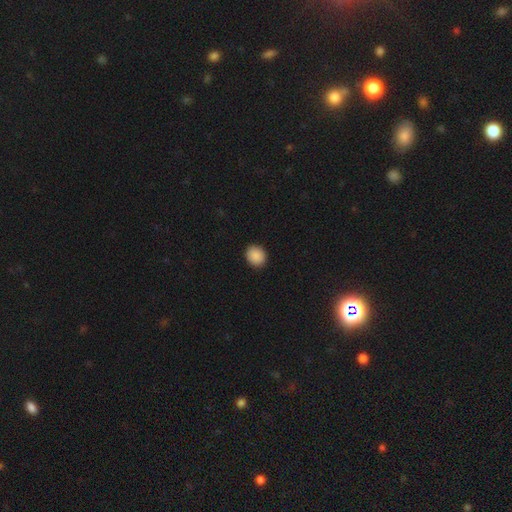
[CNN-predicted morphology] A smooth galaxy with no disk features (90%) that is round (69%). Merging: none (92%).